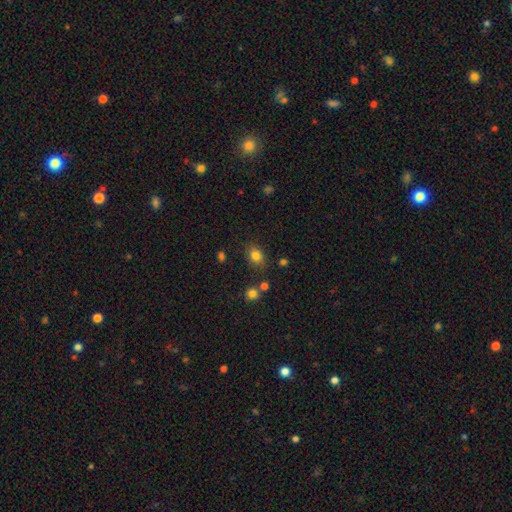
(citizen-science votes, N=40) A smooth galaxy with no disk features (88%) that is in between round and cigar-shaped (66%). Merging: none (61%).